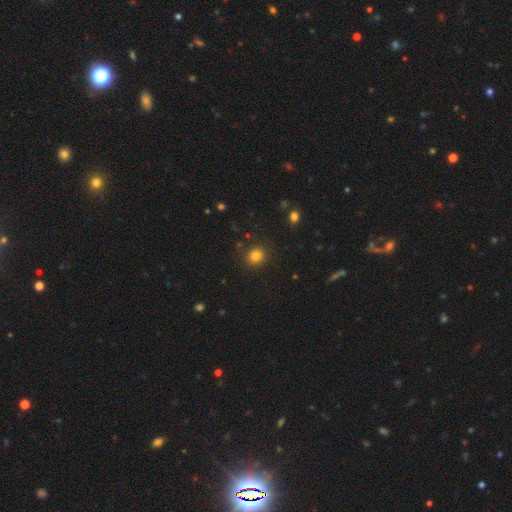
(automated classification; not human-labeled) smooth_or_featured: smooth (p=0.81) [alt: star or artifact p=0.13]
how_rounded: round (p=0.82) [alt: in between p=0.17]
merging: none (p=0.88) [alt: minor disturbance p=0.08]